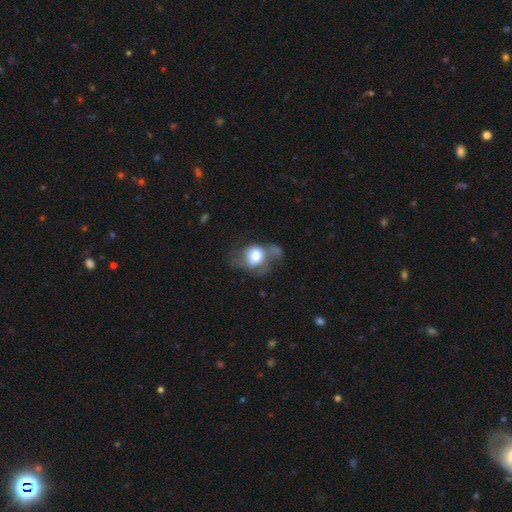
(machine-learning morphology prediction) This is possibly a smooth galaxy (57%). How rounded: possibly in between (51%). Merging: marginally major disturbance (40%).